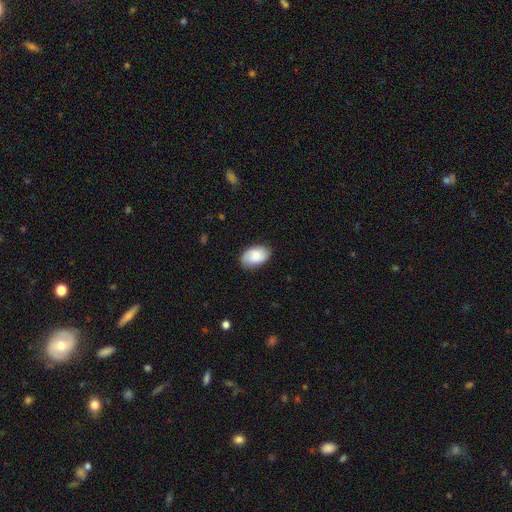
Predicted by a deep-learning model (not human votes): Smooth or featured?
  - smooth: 73% *
  - featured or disk: 20%
  - star or artifact: 7%
How rounded?
  - in between: 91% *
  - round: 8%
  - cigar-shaped: 1%
Merging?
  - none: 78% *
  - minor disturbance: 17%
  - major disturbance: 3%
  - merger: 1%